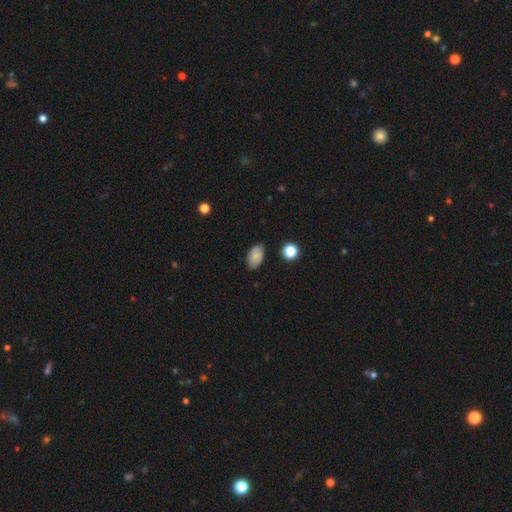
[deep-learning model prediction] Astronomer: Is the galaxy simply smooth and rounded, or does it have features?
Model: smooth — 77%.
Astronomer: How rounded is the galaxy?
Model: in between — 91%.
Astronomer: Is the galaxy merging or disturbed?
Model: none — 82%.